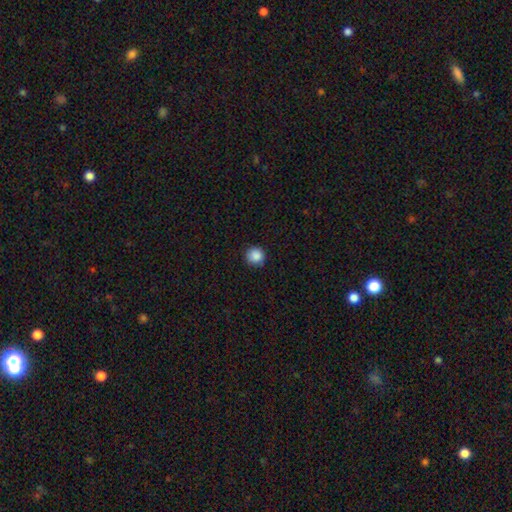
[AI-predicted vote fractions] Q: Smooth or featured?
A: smooth (88%); runner-up: star or artifact (9%)
Q: How rounded?
A: round (95%); runner-up: in between (4%)
Q: Merging?
A: none (88%); runner-up: minor disturbance (9%)